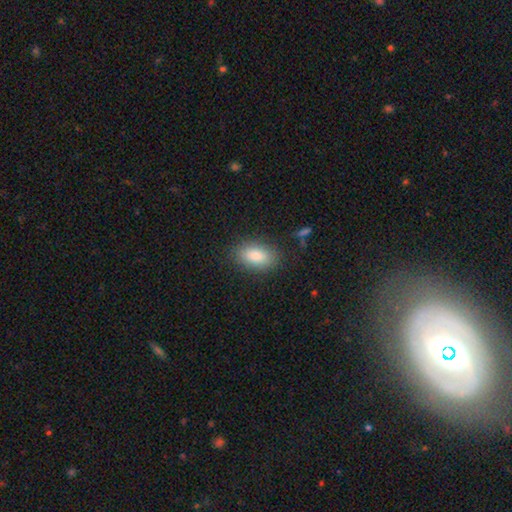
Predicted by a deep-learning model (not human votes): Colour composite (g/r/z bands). It shows a smooth galaxy with no disk features (86%) that is in between round and cigar-shaped (91%). Merging: none (84%).